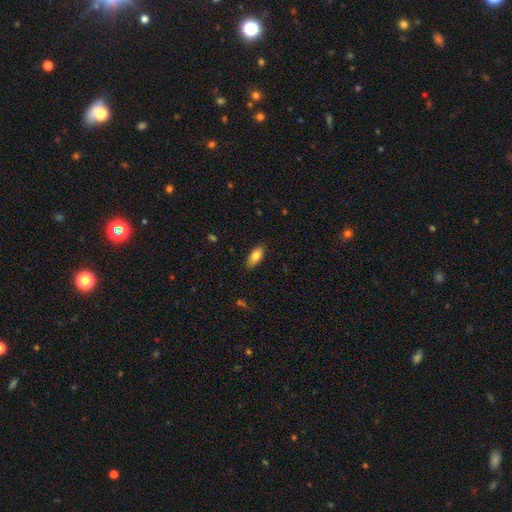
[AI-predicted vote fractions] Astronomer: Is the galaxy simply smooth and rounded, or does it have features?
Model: smooth — 84%.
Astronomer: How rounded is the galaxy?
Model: in between — 88%.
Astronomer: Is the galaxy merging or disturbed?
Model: none — 82%.